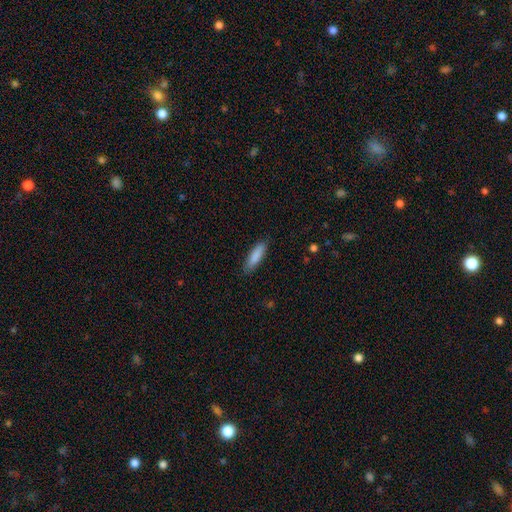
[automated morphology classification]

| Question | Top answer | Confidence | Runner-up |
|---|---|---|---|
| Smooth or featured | smooth | 86% | featured or disk (8%) |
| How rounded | cigar-shaped | 62% | in between (36%) |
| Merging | none | 85% | minor disturbance (12%) |